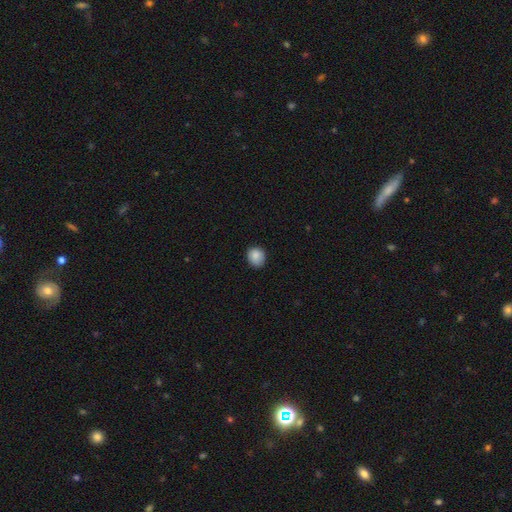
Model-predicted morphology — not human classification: The model was most divided on "how rounded": round: 79%, in between: 20%, cigar-shaped: 1%. More confident: smooth or featured — smooth (86%); merging — none (84%).